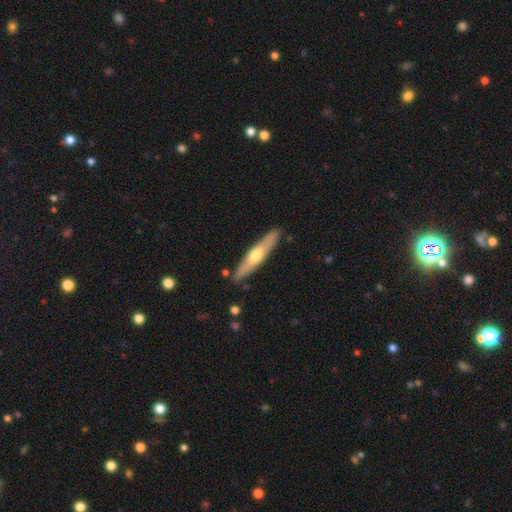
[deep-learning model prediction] Morphology: type=featured or disk (52%); edge-on=yes (90%); merging=none (87%).